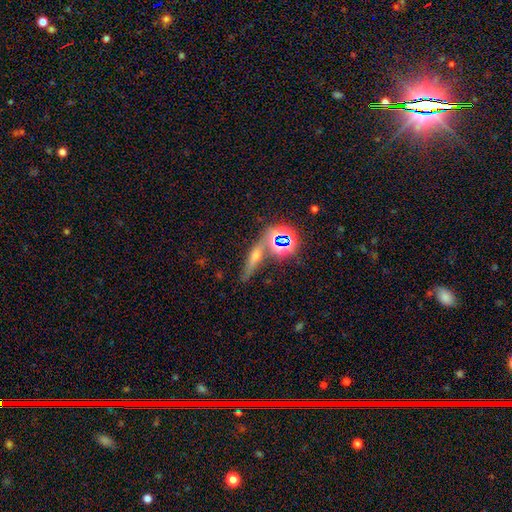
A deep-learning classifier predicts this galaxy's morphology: Overall: featured or disk (38%; star or artifact 32%). Merging: none (73%).